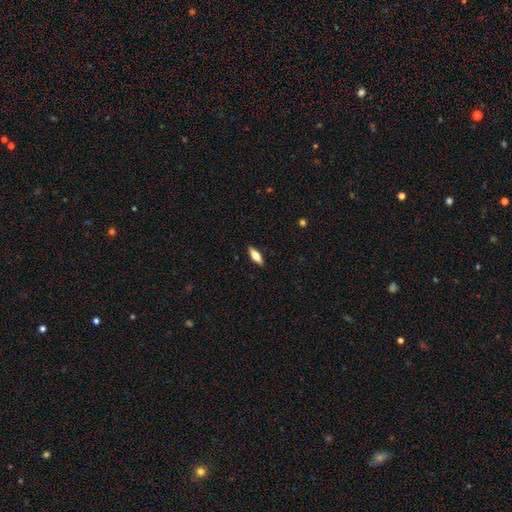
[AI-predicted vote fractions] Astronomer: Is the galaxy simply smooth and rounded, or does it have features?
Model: smooth — 64%.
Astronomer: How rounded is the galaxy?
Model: in between — 60% (runner-up: cigar-shaped, 38%).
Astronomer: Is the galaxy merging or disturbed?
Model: none — 89%.